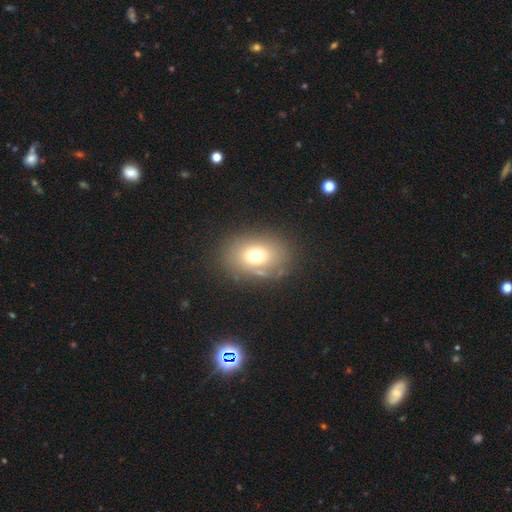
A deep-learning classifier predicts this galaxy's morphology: type=smooth (69%); roundness=in between (68%); merging=none (77%).